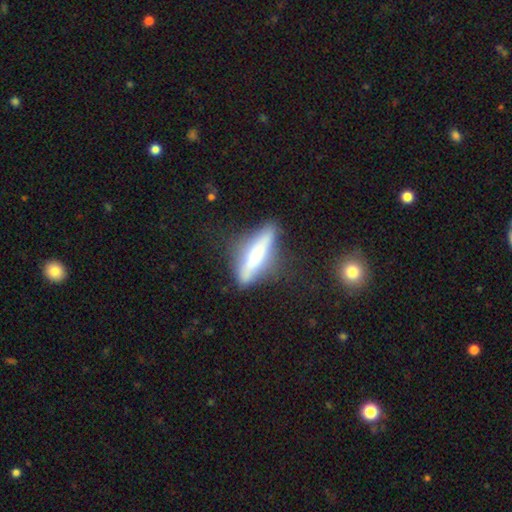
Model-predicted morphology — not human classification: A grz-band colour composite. It shows a smooth galaxy with no disk features (49%). Merging: none (73%).